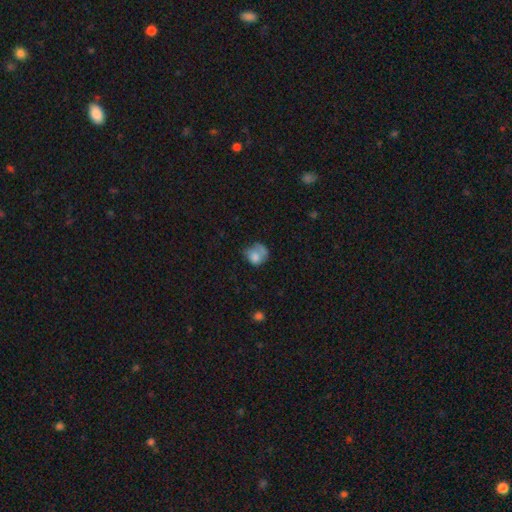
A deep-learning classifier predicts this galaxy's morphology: This is likely a smooth galaxy (71%). How rounded: likely round (62%). Merging: marginally none (34%).